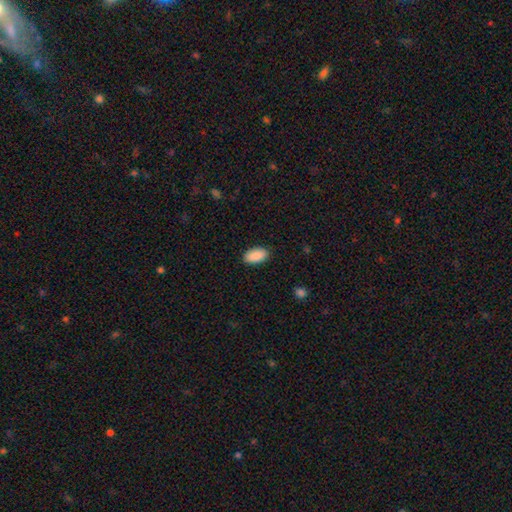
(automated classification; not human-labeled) A smooth galaxy with no disk features (91%) that is in between round and cigar-shaped (95%).

Vote fractions:
- Smooth or featured? smooth: 91% / star or artifact: 6% / featured or disk: 3%
- How rounded? in between: 95% / round: 3% / cigar-shaped: 3%
- Merging? none: 89% / minor disturbance: 8% / major disturbance: 2% / merger: 1%